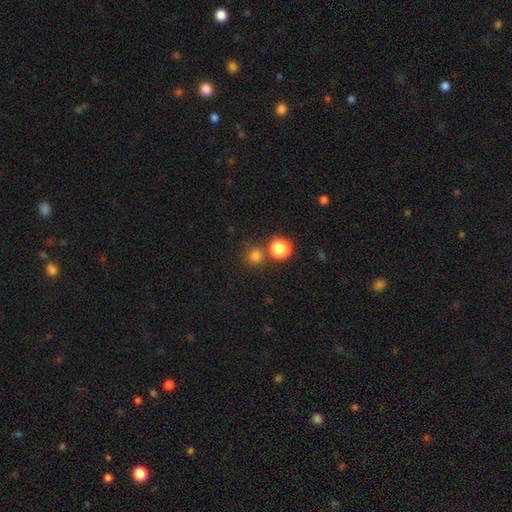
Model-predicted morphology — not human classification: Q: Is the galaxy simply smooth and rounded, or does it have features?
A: smooth — 77%.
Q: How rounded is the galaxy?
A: round — 88%.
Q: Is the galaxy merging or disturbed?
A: none — 69%.